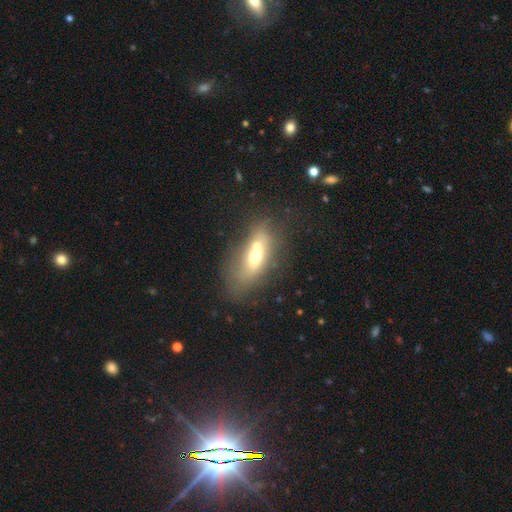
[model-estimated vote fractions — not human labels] Smooth or featured?
  - smooth: 55% *
  - featured or disk: 34%
  - star or artifact: 11%
How rounded?
  - in between: 71% *
  - cigar-shaped: 17%
  - round: 12%
Merging?
  - merger: 51% *
  - none: 29%
  - minor disturbance: 12%
  - major disturbance: 8%